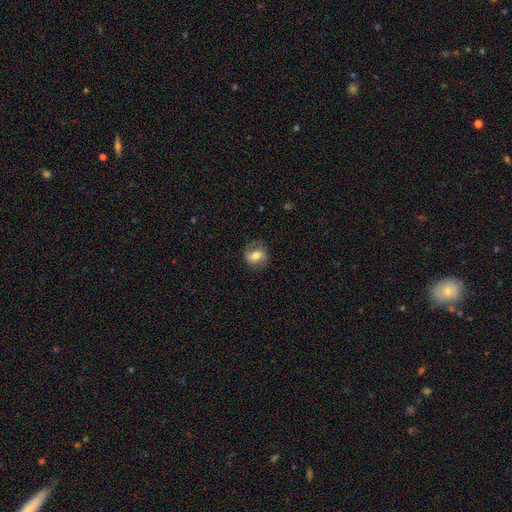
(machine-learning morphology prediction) A smooth galaxy with no disk features (52%) that is round (58%).

Vote fractions:
- Smooth or featured? smooth: 52% / featured or disk: 39% / star or artifact: 9%
- How rounded? round: 58% / in between: 40% / cigar-shaped: 2%
- Merging? none: 77% / minor disturbance: 16% / major disturbance: 6% / merger: 1%